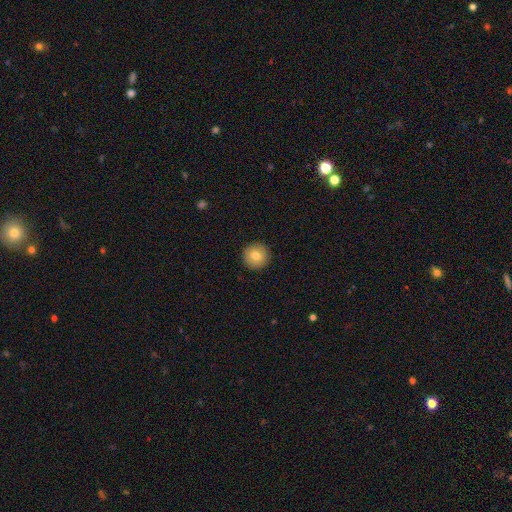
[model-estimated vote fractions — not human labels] smooth 78%, featured or disk 13%, star or artifact 9%. Down the decision tree: how rounded — round (96%); merging — none (93%).